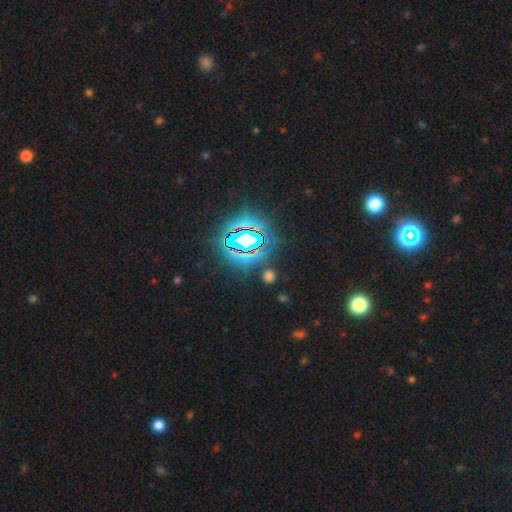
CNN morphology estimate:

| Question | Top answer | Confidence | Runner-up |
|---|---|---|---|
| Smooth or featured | star or artifact | 84% | smooth (9%) |